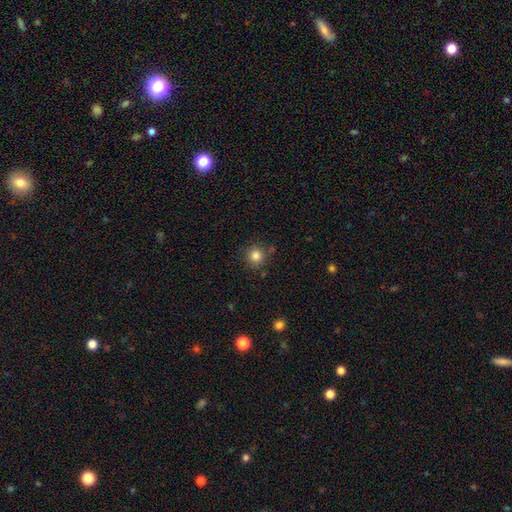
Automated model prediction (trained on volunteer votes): Smooth or featured: smooth — 83% (star or artifact — 12%)
How rounded: round — 93% (in between — 6%)
Merging: none — 83% (minor disturbance — 10%)